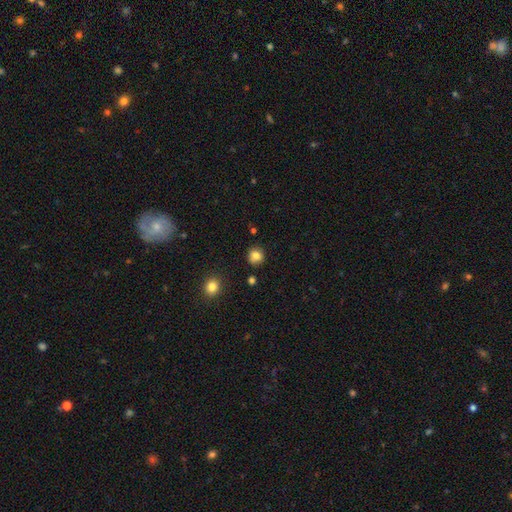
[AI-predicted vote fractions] A smooth galaxy with no disk features (81%) that is round (84%). Merging: none (80%).